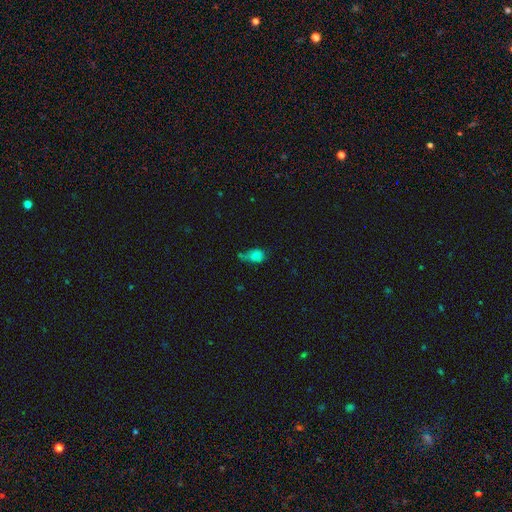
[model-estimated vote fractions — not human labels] Overall: smooth (76%). How rounded: in between (71%). Merging: none (33%; minor disturbance 30%).